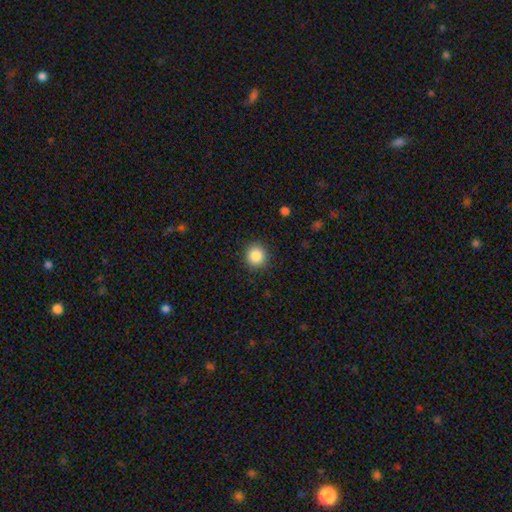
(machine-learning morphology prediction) Q: Smooth or featured?
A: smooth (87%); runner-up: star or artifact (10%)
Q: How rounded?
A: round (93%); runner-up: in between (6%)
Q: Merging?
A: none (90%); runner-up: minor disturbance (6%)